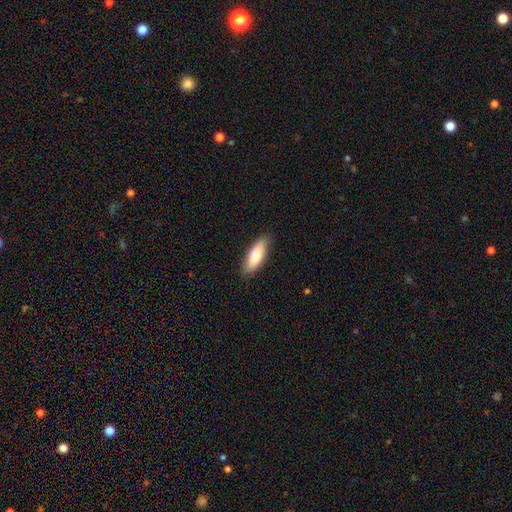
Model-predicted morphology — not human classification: Smooth or featured? Predicted: smooth (p=0.83). How rounded? Predicted: in between (p=0.57). Merging? Predicted: none (p=0.85).